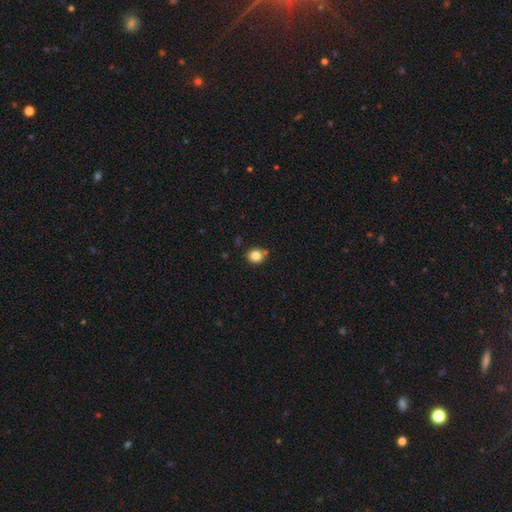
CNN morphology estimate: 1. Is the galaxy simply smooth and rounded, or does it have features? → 83% smooth, 11% star or artifact, 6% featured or disk.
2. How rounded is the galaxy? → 74% round, 25% in between, 1% cigar-shaped.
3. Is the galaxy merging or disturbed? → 75% none, 15% minor disturbance, 7% merger, 3% major disturbance.